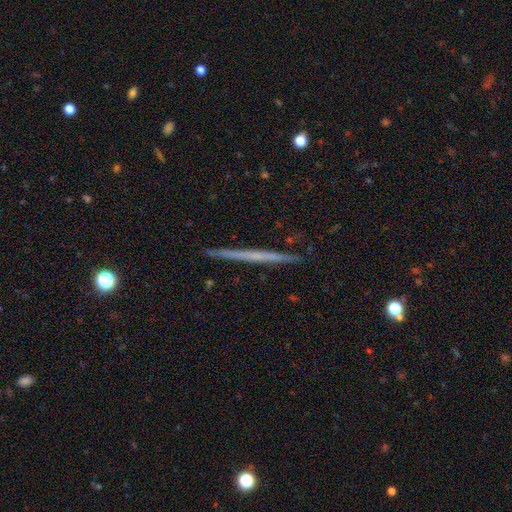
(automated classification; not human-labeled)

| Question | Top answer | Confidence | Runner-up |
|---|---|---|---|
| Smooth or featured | featured or disk | 58% | smooth (35%) |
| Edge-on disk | yes | 98% | no (2%) |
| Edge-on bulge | none | 89% | rounded (8%) |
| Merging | none | 92% | minor disturbance (6%) |